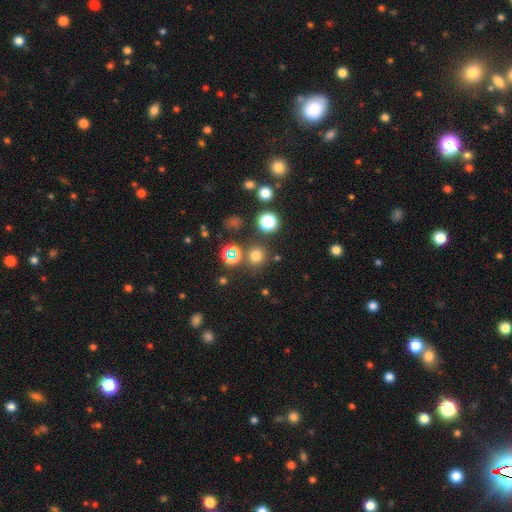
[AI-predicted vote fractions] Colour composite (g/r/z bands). It shows a smooth galaxy with no disk features (68%) that is round (90%). Merging: none (82%).